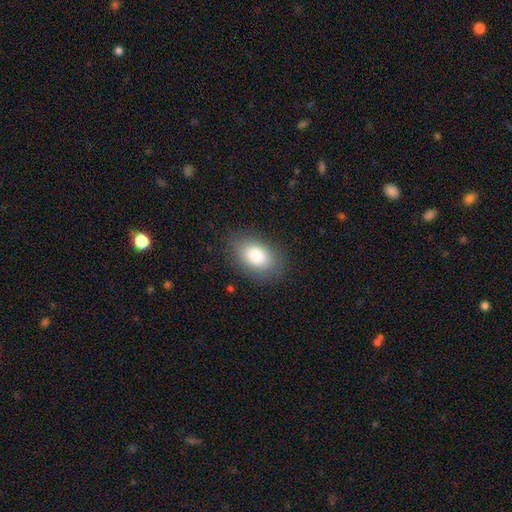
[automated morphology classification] Smooth or featured? smooth (83%)
How rounded? in between (88%)
Merging? none (83%)